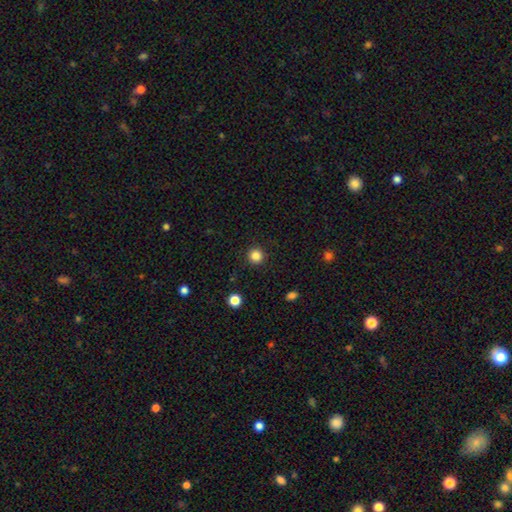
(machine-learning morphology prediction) smooth 85%, star or artifact 12%, featured or disk 3%. Down the decision tree: how rounded — round (95%); merging — none (92%).